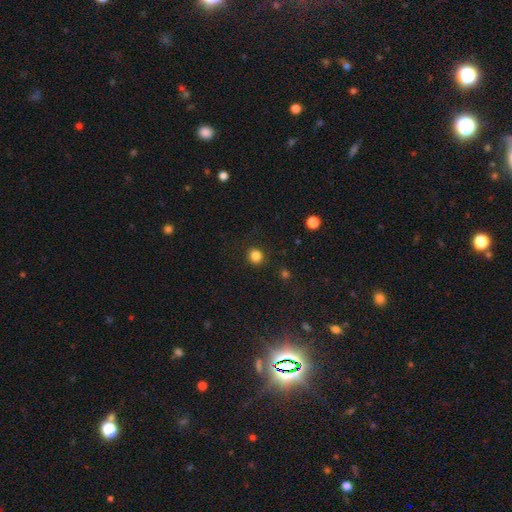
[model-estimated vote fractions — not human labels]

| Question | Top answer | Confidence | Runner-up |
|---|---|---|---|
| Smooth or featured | smooth | 84% | star or artifact (12%) |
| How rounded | round | 88% | in between (11%) |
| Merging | none | 90% | minor disturbance (7%) |